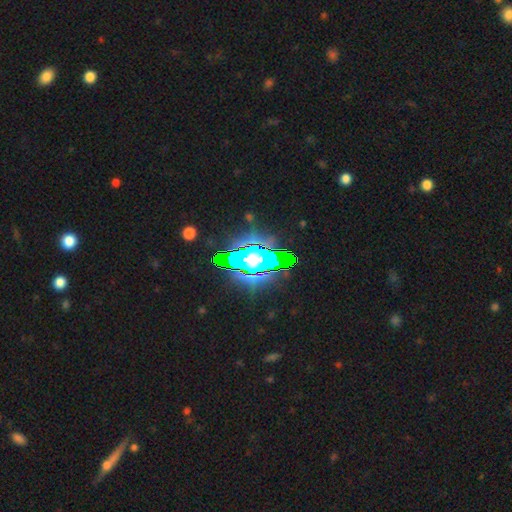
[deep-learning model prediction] Smooth or featured: star or artifact — 49% (featured or disk — 30%)